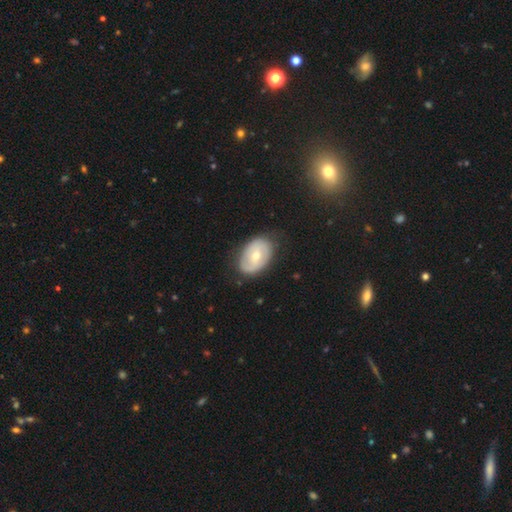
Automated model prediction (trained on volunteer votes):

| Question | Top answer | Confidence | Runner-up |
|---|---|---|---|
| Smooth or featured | featured or disk | 52% | smooth (42%) |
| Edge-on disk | no | 93% | yes (7%) |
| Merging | none | 74% | minor disturbance (19%) |